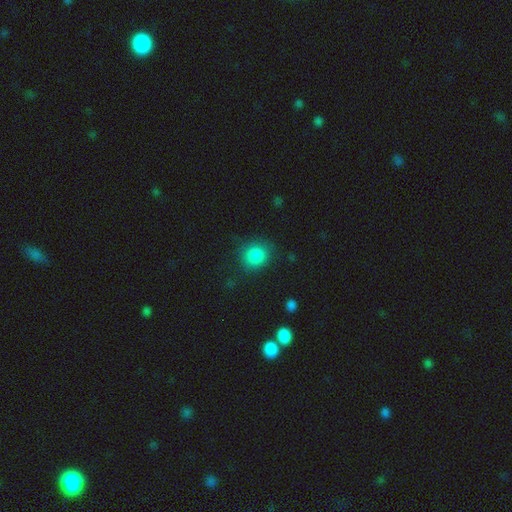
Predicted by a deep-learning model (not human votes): Smooth or featured? Predicted: smooth (p=0.86). How rounded? Predicted: round (p=0.81). Merging? Predicted: none (p=0.79).